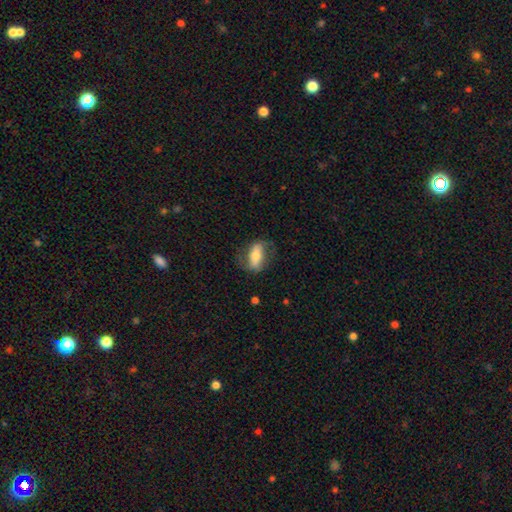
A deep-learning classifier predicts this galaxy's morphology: smooth 49%, featured or disk 45%, star or artifact 6%. Down the decision tree: merging — none (66%).